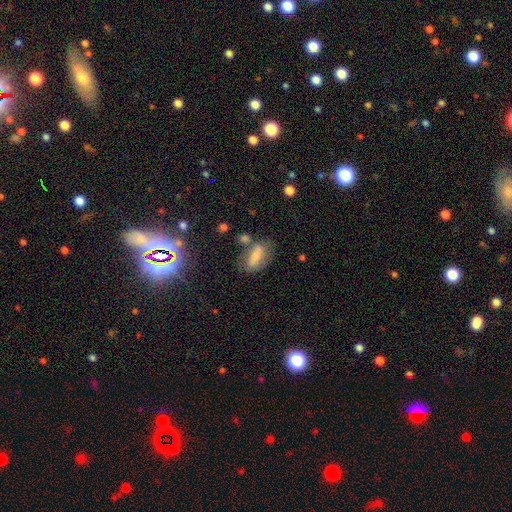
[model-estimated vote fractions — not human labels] Smooth or featured? Predicted: smooth (p=0.62). How rounded? Predicted: in between (p=0.81). Merging? Predicted: none (p=0.56).